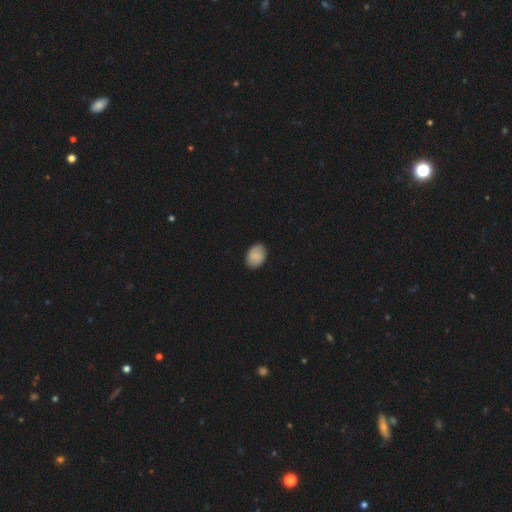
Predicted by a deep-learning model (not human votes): The model was most divided on "how rounded": in between: 73%, round: 26%, cigar-shaped: 1%. More confident: merging — none (86%); smooth or featured — smooth (77%).